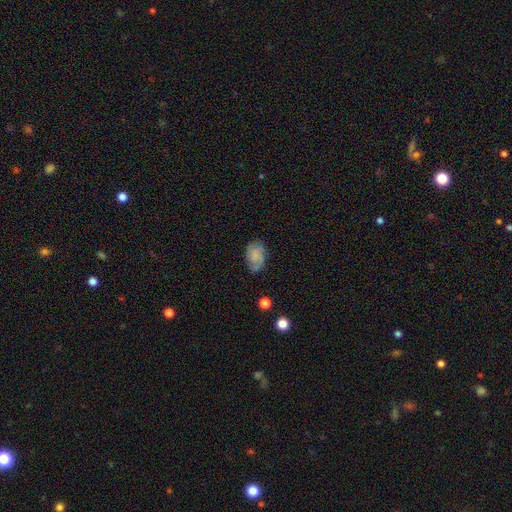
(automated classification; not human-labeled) This is possibly a smooth galaxy (58%). How rounded: clearly in between (83%). Merging: likely none (62%).